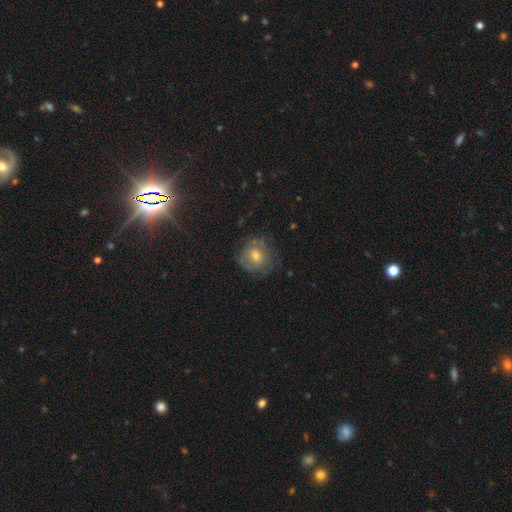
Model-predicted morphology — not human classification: smooth_or_featured: featured or disk (p=0.50) [alt: smooth p=0.33]
disk_edge_on: no (p=0.96) [alt: yes p=0.04]
merging: none (p=0.69) [alt: minor disturbance p=0.19]